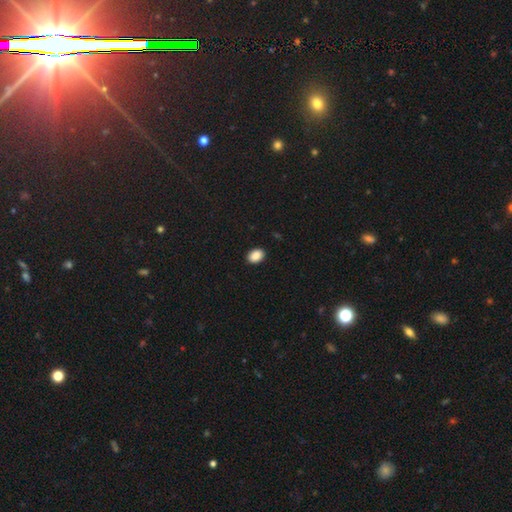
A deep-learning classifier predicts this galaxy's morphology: This appears to be a smooth galaxy with no disk features (89%) that is in between round and cigar-shaped (76%). Merging: none (91%).